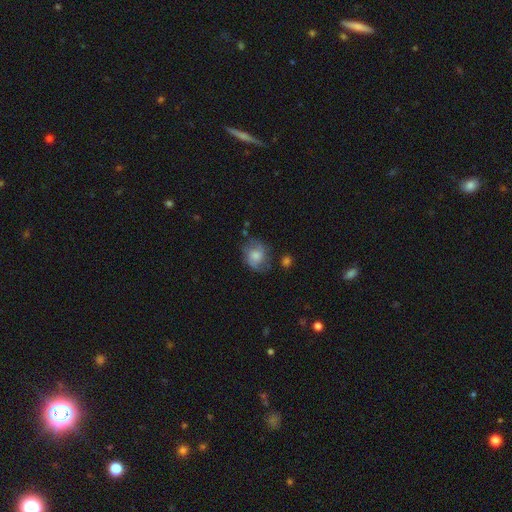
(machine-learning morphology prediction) Overall: smooth (55%; featured or disk 37%). How rounded: round (57%; in between 42%). Merging: none (59%; minor disturbance 26%).